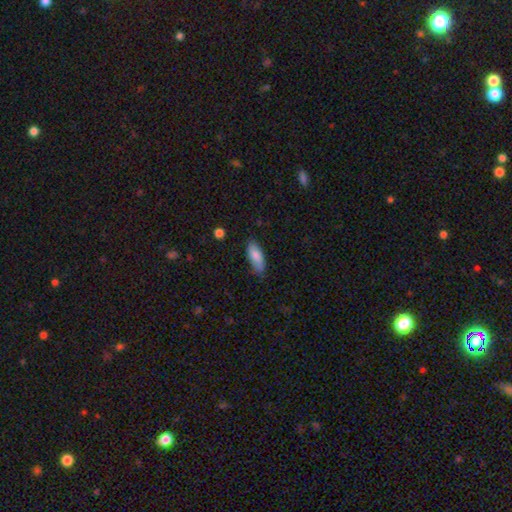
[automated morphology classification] Smooth or featured: smooth — 85% (featured or disk — 9%)
How rounded: in between — 74% (cigar-shaped — 24%)
Merging: none — 77% (minor disturbance — 18%)